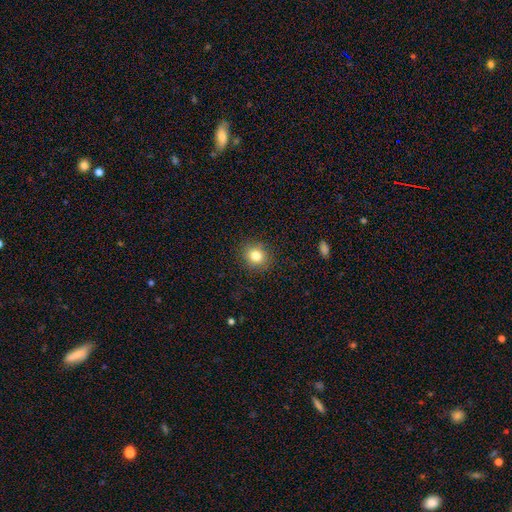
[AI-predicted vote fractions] Smooth or featured: smooth — 82% (star or artifact — 11%)
How rounded: round — 78% (in between — 21%)
Merging: none — 89% (minor disturbance — 7%)